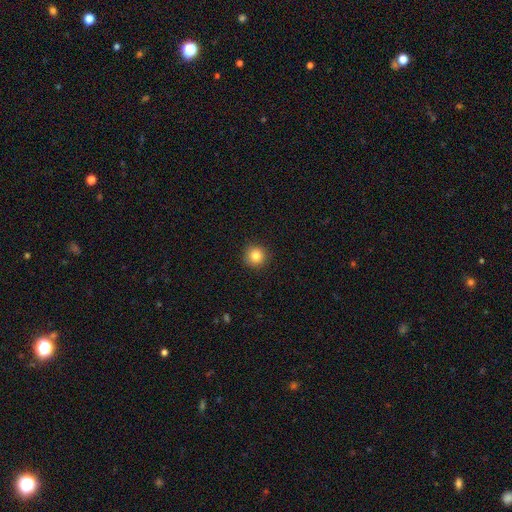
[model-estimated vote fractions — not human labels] This appears to be a smooth galaxy with no disk features (83%) that is round (95%). Merging: none (92%).